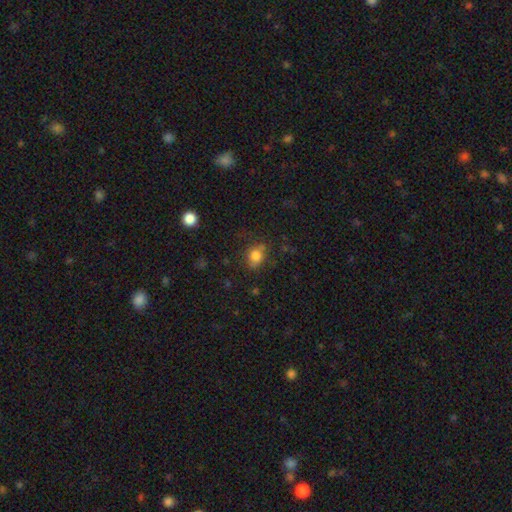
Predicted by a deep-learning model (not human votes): This is clearly a smooth galaxy (80%). How rounded: possibly in between (53%). Merging: likely none (67%).